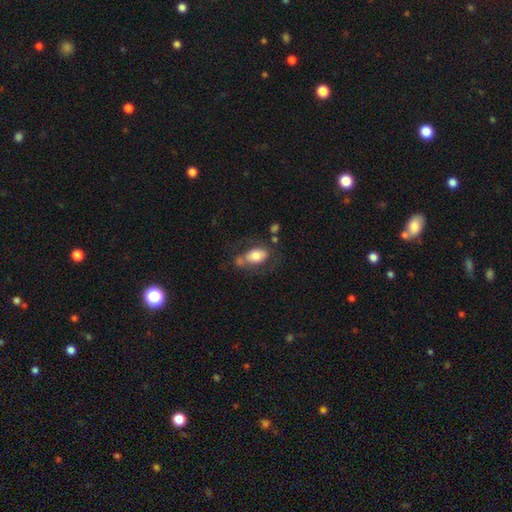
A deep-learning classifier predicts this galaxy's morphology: Smooth or featured? Predicted: smooth (p=0.70). How rounded? Predicted: in between (p=0.88). Merging? Predicted: none (p=0.49).